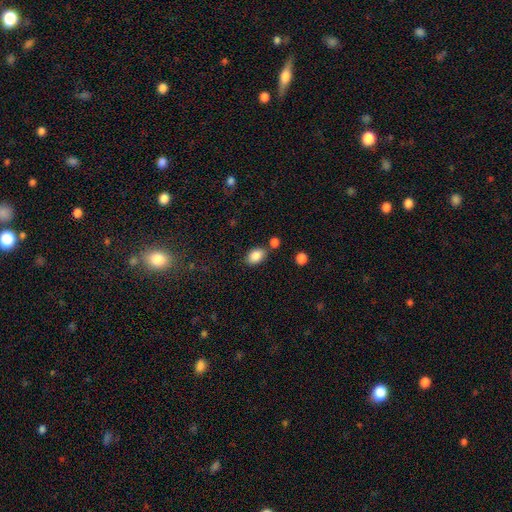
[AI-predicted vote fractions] This appears to be a smooth galaxy with no disk features (86%) that is in between round and cigar-shaped (85%). Merging: none (74%).